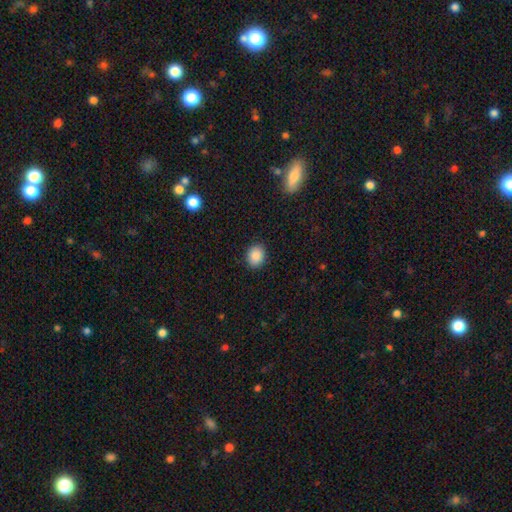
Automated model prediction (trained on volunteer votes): smooth-or-featured: smooth: 88% | star or artifact: 9% | featured or disk: 4%
  how-rounded: round: 57% | in between: 42% | cigar-shaped: 1%
  merging: none: 90% | minor disturbance: 7% | major disturbance: 2% | merger: 1%